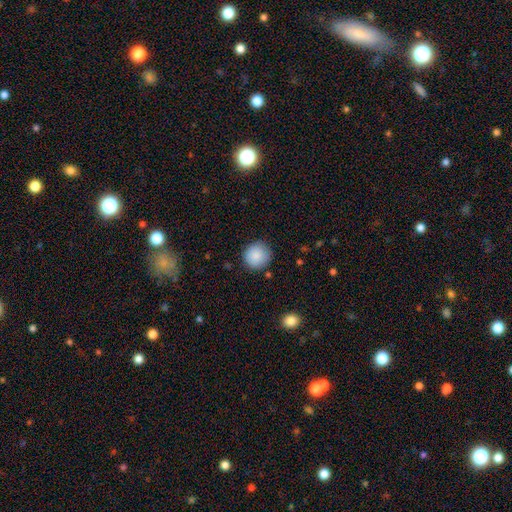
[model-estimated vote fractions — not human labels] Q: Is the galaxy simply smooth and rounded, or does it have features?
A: smooth — 87%.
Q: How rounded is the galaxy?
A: round — 94%.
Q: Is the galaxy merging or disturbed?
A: none — 86%.